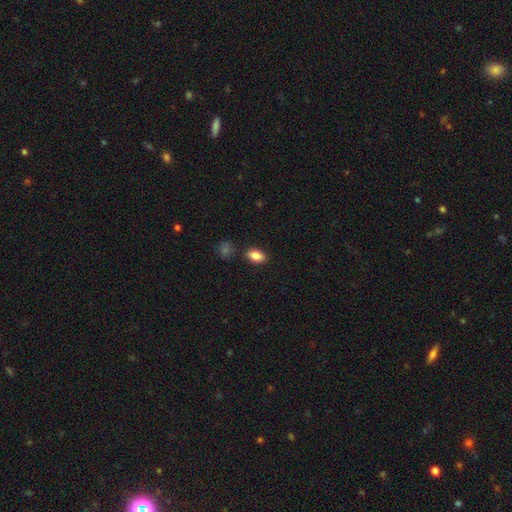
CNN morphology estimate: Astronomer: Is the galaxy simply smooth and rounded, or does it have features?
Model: smooth — 86%.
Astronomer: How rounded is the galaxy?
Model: in between — 89%.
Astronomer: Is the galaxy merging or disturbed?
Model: none — 85%.